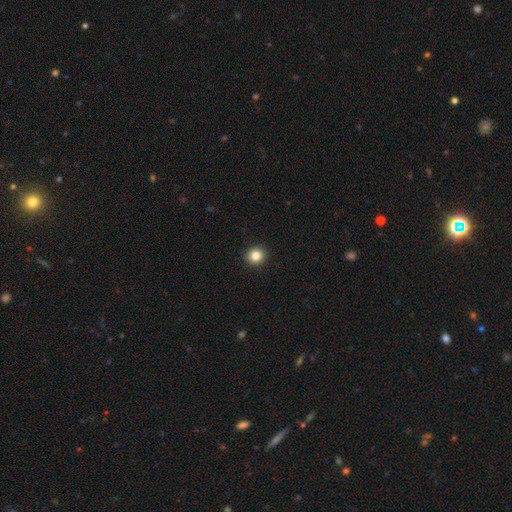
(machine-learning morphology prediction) Smooth or featured? Predicted: smooth (p=0.85). How rounded? Predicted: round (p=0.91). Merging? Predicted: none (p=0.93).